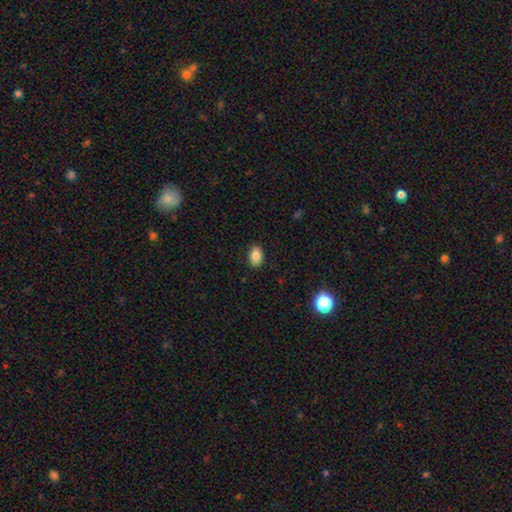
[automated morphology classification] A smooth galaxy with no disk features (84%) that is in between round and cigar-shaped (79%). Merging: none (88%).